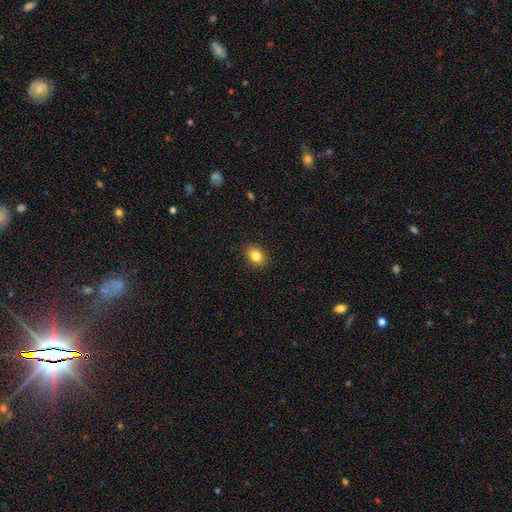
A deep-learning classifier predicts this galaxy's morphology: Smooth or featured: smooth — 84% (star or artifact — 9%)
How rounded: in between — 73% (round — 26%)
Merging: none — 90% (minor disturbance — 7%)